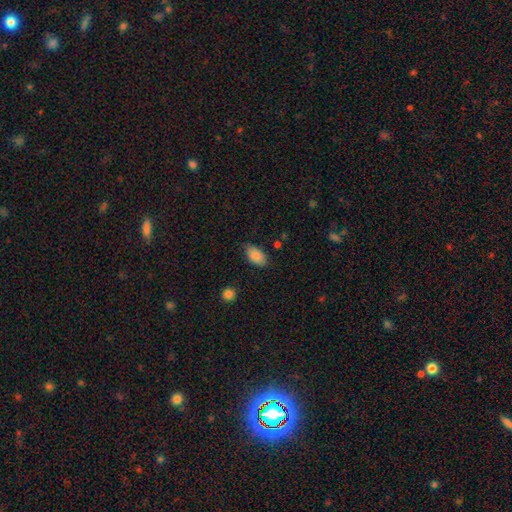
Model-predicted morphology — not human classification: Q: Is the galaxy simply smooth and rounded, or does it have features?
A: smooth — 85%.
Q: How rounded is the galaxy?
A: in between — 92%.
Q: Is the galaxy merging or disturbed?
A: none — 73%.